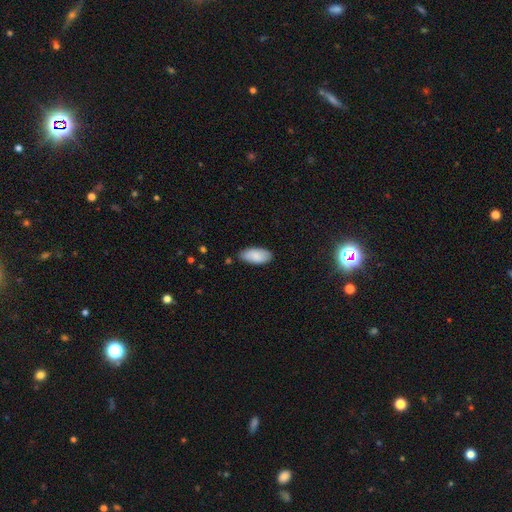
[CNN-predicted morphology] Overall: smooth (86%). How rounded: in between (93%). Merging: none (79%).